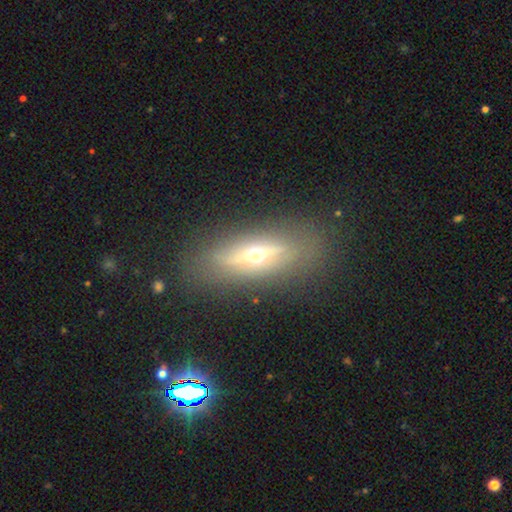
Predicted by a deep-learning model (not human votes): Smooth or featured?
  - featured or disk: 59% *
  - smooth: 31%
  - star or artifact: 9%
Edge-on disk?
  - yes: 70% *
  - no: 30%
Merging?
  - none: 82% *
  - minor disturbance: 11%
  - major disturbance: 5%
  - merger: 1%